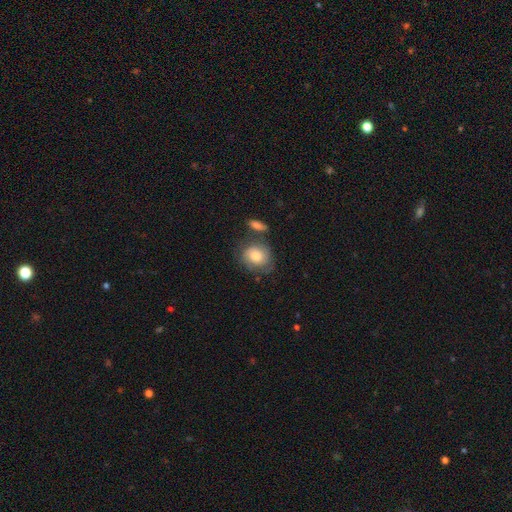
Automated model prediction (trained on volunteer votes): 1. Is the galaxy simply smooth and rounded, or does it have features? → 58% smooth, 34% featured or disk, 8% star or artifact.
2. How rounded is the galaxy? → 68% round, 31% in between, 1% cigar-shaped.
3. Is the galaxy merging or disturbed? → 60% none, 20% minor disturbance, 10% merger, 9% major disturbance.